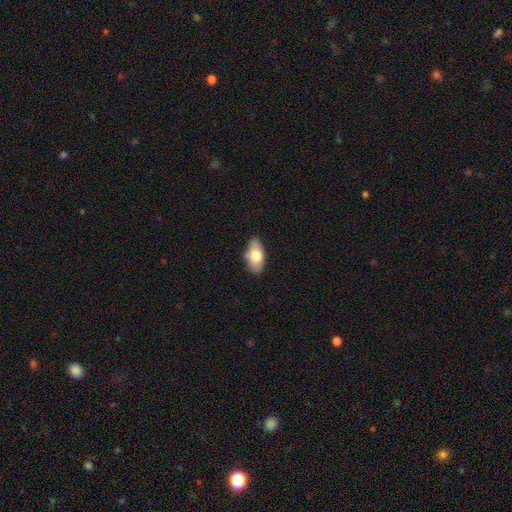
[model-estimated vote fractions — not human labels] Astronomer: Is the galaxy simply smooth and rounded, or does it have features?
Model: smooth — 74%.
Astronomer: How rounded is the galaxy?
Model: in between — 91%.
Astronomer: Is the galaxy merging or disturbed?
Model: none — 79%.